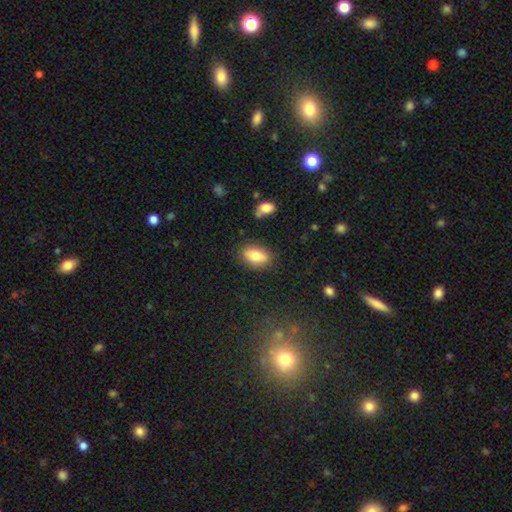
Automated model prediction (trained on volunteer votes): Smooth or featured: smooth — 79% (featured or disk — 13%)
How rounded: in between — 88% (round — 6%)
Merging: none — 83% (minor disturbance — 12%)